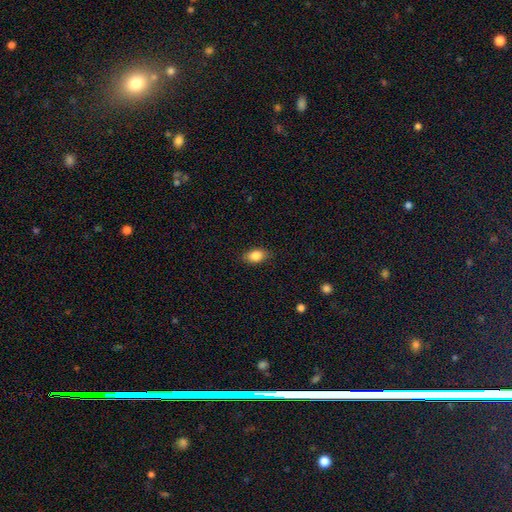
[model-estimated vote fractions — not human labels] smooth-or-featured: smooth: 86% | star or artifact: 8% | featured or disk: 6%
  how-rounded: in between: 85% | round: 13% | cigar-shaped: 2%
  merging: none: 85% | minor disturbance: 11% | major disturbance: 3% | merger: 1%